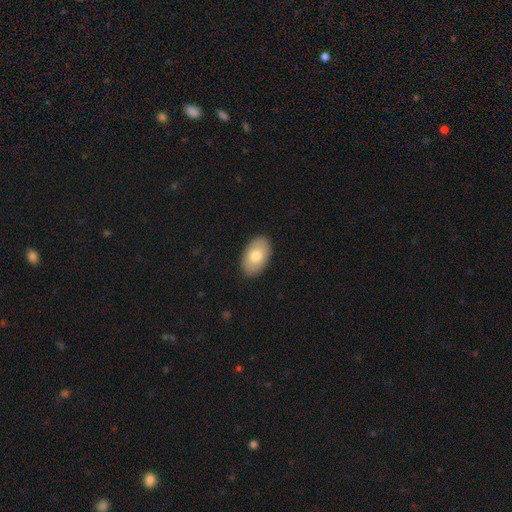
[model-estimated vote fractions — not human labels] This appears to be a smooth galaxy with no disk features (77%) that is in between round and cigar-shaped (93%). Merging: none (89%).